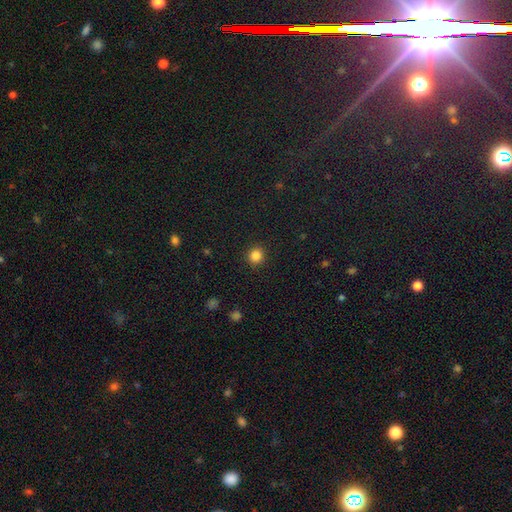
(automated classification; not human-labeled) Overall: smooth (85%). How rounded: round (90%). Merging: none (92%).